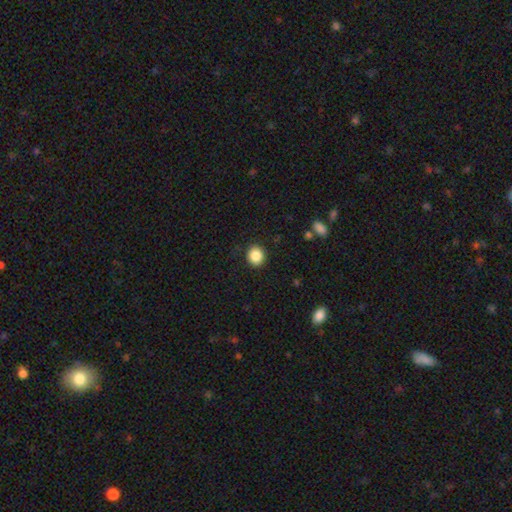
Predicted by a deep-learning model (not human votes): A smooth galaxy with no disk features (87%) that is round (75%). Merging: none (91%).